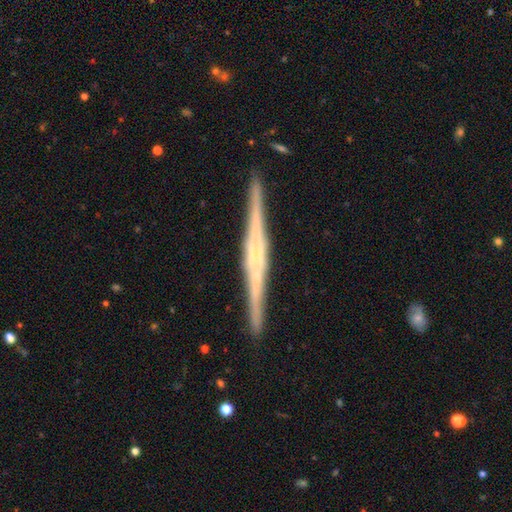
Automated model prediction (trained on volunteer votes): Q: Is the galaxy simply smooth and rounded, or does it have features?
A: featured or disk — 87%.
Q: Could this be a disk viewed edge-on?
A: yes — 98%.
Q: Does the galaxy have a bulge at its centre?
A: boxy — 52%.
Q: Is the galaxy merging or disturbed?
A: none — 92%.